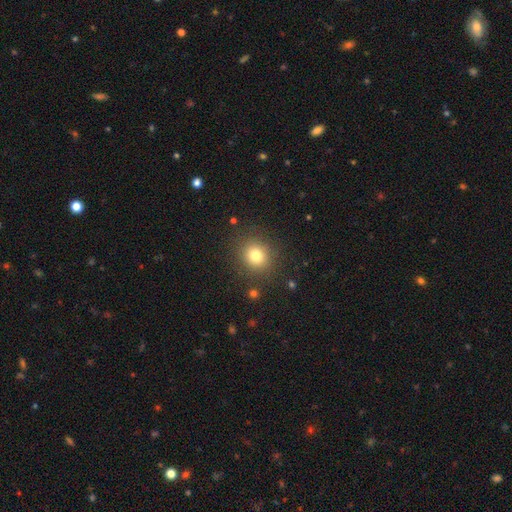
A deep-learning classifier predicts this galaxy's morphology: smooth-or-featured: smooth: 78% | star or artifact: 14% | featured or disk: 8%
  how-rounded: round: 84% | in between: 15% | cigar-shaped: 1%
  merging: none: 87% | minor disturbance: 8% | major disturbance: 3% | merger: 2%